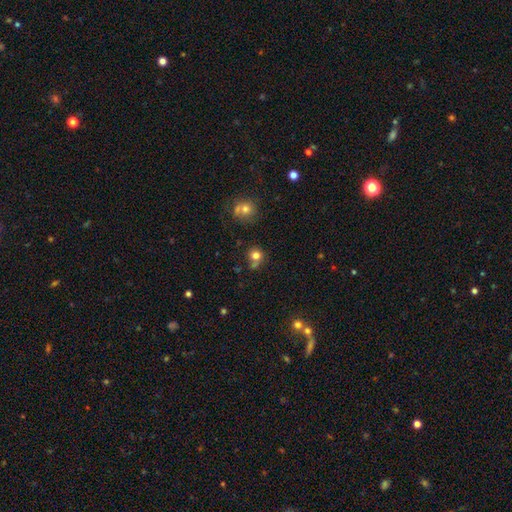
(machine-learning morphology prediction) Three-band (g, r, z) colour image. It shows a smooth galaxy with no disk features (78%) that is round (87%). Merging: none (60%).